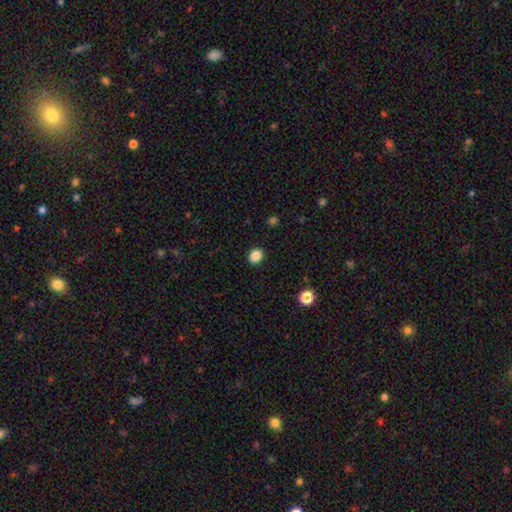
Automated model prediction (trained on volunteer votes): The model was most divided on "how rounded": round: 64%, in between: 35%, cigar-shaped: 1%. More confident: merging — none (91%); smooth or featured — smooth (86%).